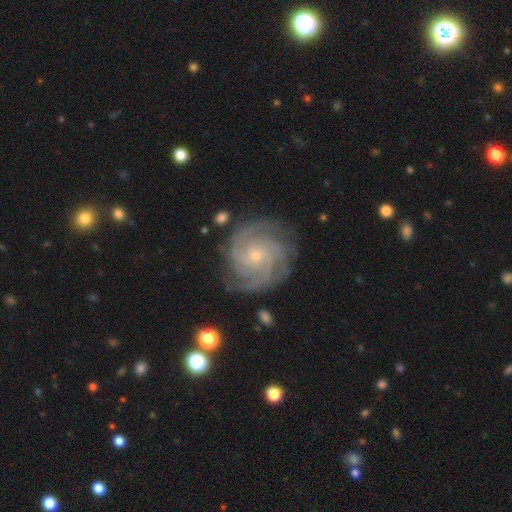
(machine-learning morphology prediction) Smooth or featured? featured or disk (90%)
Edge-on disk? no (98%)
Bar? no (74%)
Spiral arms? yes (98%)
Spiral winding? tight (72%)
Spiral arm count? 4 (36%)
Bulge size? small (77%)
Merging? none (80%)